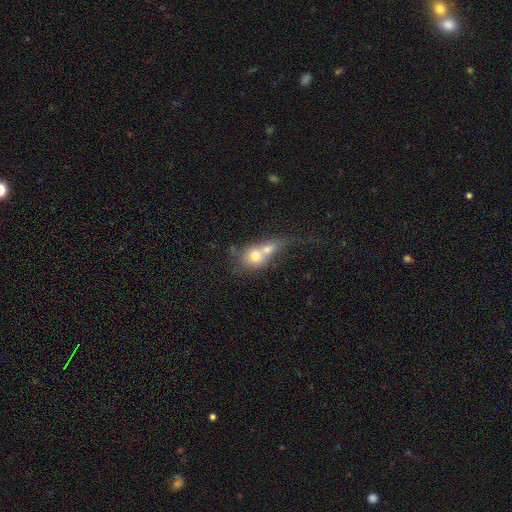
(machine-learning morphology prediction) Smooth or featured? smooth (64%)
How rounded? round (54%)
Merging? merger (70%)